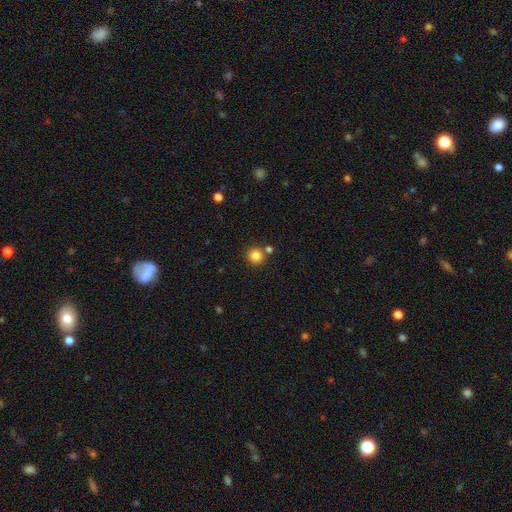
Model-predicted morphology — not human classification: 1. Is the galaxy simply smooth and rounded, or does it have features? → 84% smooth, 11% star or artifact, 5% featured or disk.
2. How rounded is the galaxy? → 93% round, 6% in between, 1% cigar-shaped.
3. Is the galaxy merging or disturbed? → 79% none, 11% merger, 7% minor disturbance, 2% major disturbance.